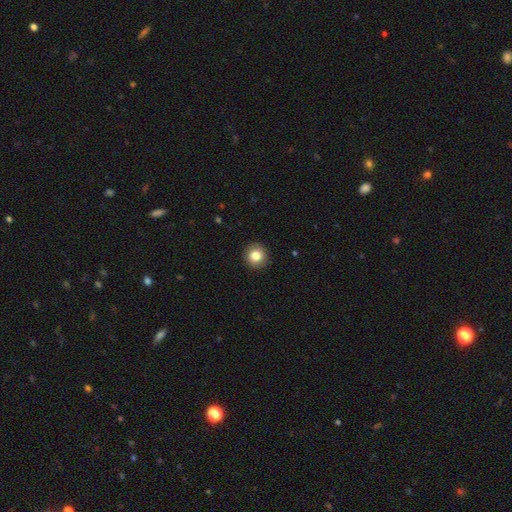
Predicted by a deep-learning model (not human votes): Morphology: type=smooth (83%); roundness=round (93%); merging=none (92%).